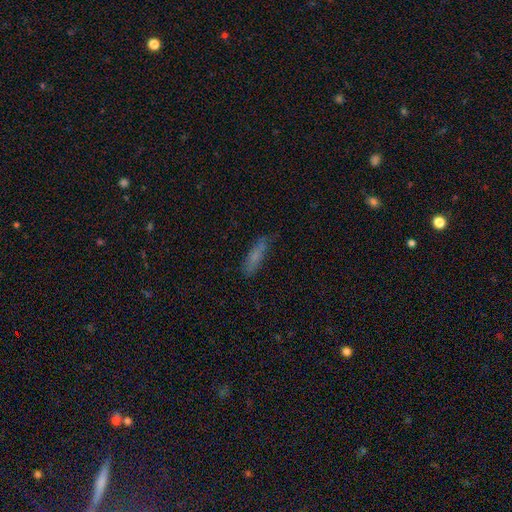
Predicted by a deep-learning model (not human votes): Smooth or featured?
  - smooth: 68% *
  - featured or disk: 21%
  - star or artifact: 10%
How rounded?
  - cigar-shaped: 66% *
  - in between: 32%
  - round: 2%
Merging?
  - none: 70% *
  - minor disturbance: 22%
  - major disturbance: 5%
  - merger: 2%